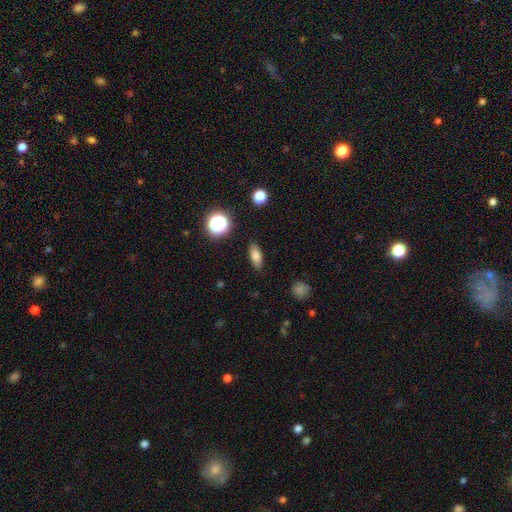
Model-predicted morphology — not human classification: The model was most divided on "how rounded": in between: 71%, cigar-shaped: 21%, round: 8%. More confident: merging — none (87%); smooth or featured — smooth (79%).